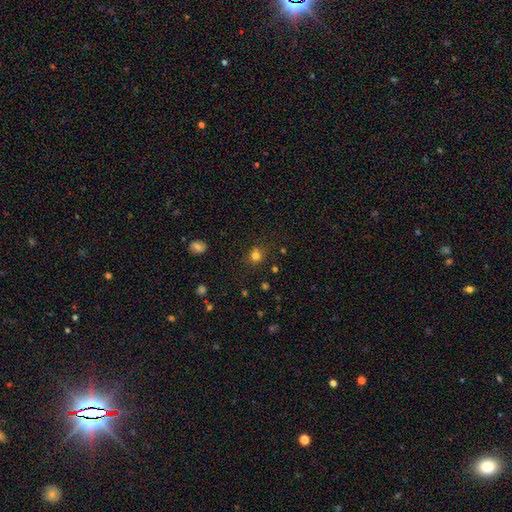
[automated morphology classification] Q: Smooth or featured?
A: smooth (77%); runner-up: star or artifact (17%)
Q: How rounded?
A: round (85%); runner-up: in between (14%)
Q: Merging?
A: none (81%); runner-up: minor disturbance (10%)